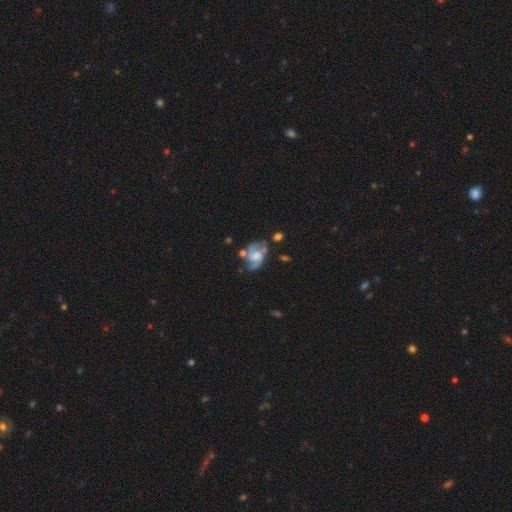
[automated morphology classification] A featured or disk galaxy (80%) with no bar (49%), 2 (85%) medium (51%) spiral arms (93%) and a moderate central bulge (37%). Merging: none (55%).